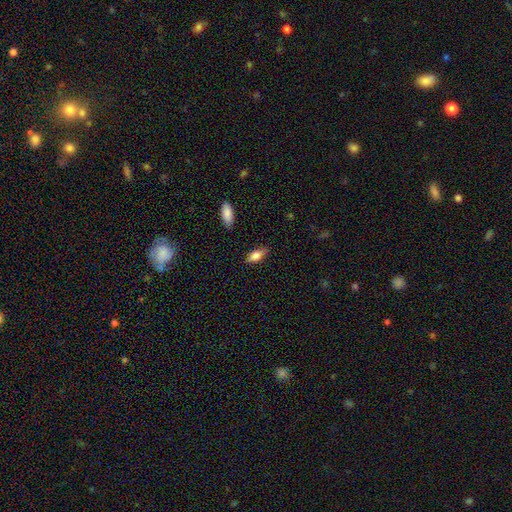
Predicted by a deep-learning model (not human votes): Smooth or featured? smooth (78%)
How rounded? in between (83%)
Merging? none (82%)